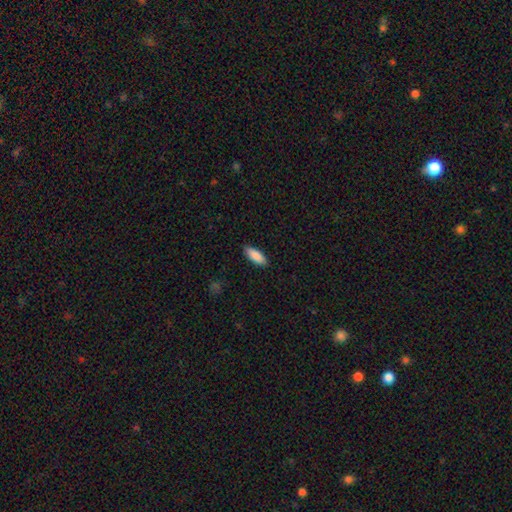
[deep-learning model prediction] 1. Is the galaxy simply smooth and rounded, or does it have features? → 89% smooth, 6% star or artifact, 5% featured or disk.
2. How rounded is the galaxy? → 76% in between, 22% cigar-shaped, 2% round.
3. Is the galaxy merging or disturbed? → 90% none, 8% minor disturbance, 2% major disturbance, 1% merger.